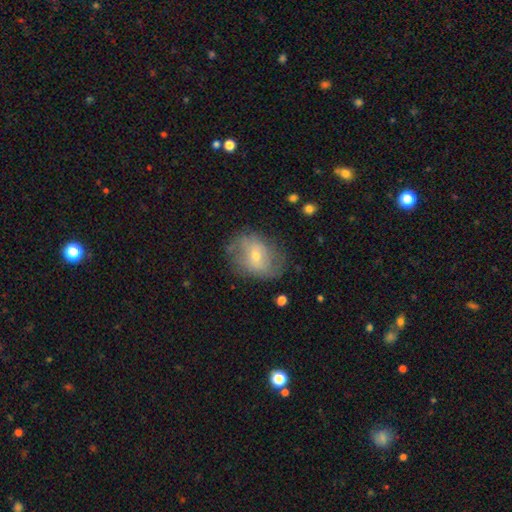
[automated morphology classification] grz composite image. It shows a featured or disk galaxy (48%). Merging: none (63%).